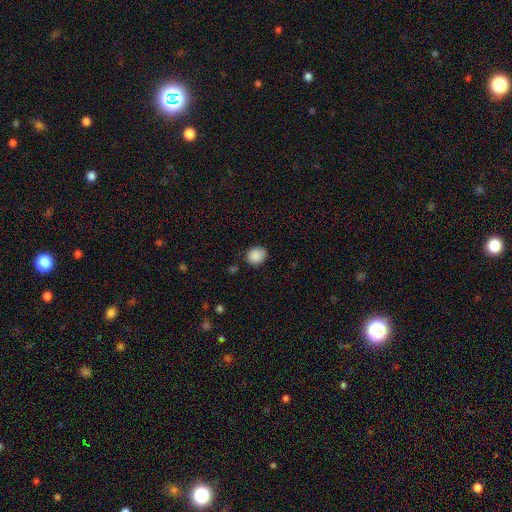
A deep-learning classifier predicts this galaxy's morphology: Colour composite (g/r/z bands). It shows a smooth galaxy with no disk features (89%) that is round (67%). Merging: none (82%).